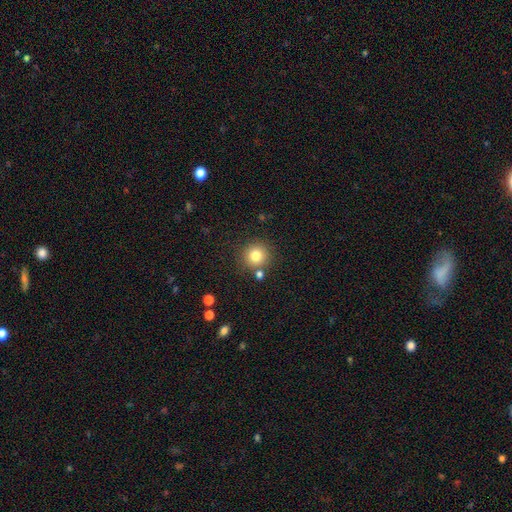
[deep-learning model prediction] Smooth or featured: smooth — 80% (star or artifact — 12%)
How rounded: round — 93% (in between — 6%)
Merging: none — 80% (minor disturbance — 9%)